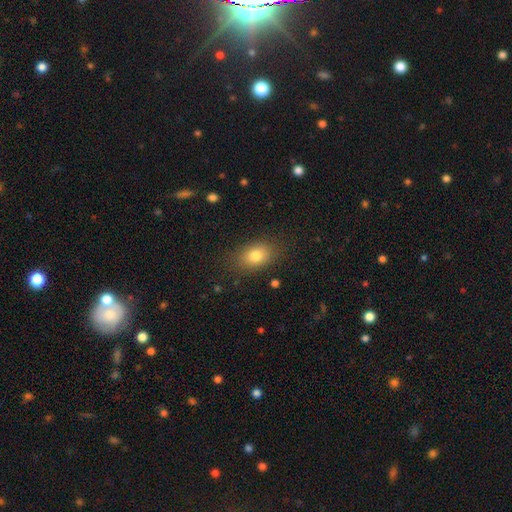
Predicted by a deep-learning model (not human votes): This is likely a smooth galaxy (79%). How rounded: likely in between (77%). Merging: clearly none (83%).